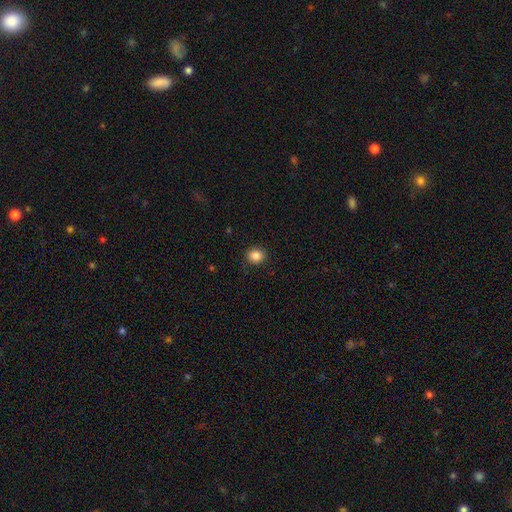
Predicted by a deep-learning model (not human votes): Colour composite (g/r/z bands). It shows a smooth galaxy with no disk features (86%) that is round (82%). Merging: none (89%).